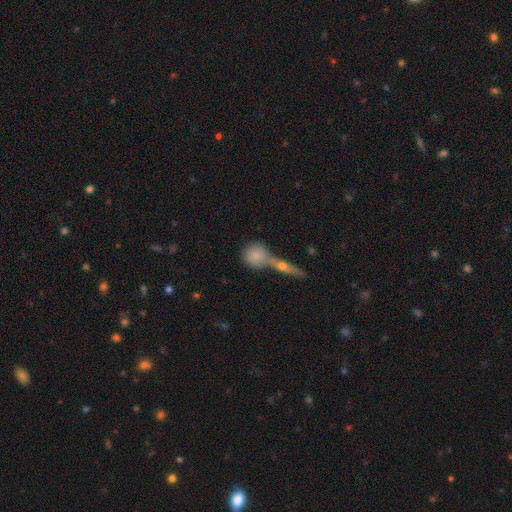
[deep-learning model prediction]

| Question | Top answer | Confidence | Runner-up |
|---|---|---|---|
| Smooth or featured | smooth | 73% | featured or disk (19%) |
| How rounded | round | 78% | in between (17%) |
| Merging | merger | 43% | tied: none (43%) |